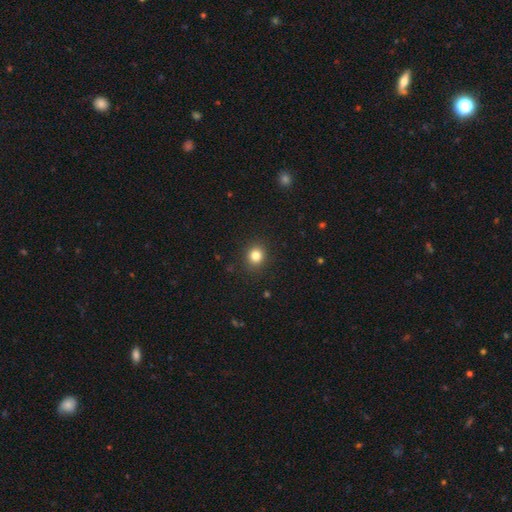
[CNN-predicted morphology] smooth_or_featured: smooth (p=0.82) [alt: star or artifact p=0.12]
how_rounded: round (p=0.82) [alt: in between p=0.18]
merging: none (p=0.90) [alt: minor disturbance p=0.07]